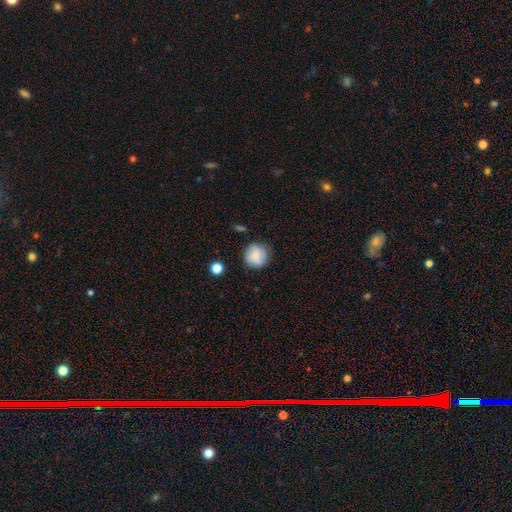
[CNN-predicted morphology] Smooth or featured? smooth (77%)
How rounded? round (91%)
Merging? none (78%)